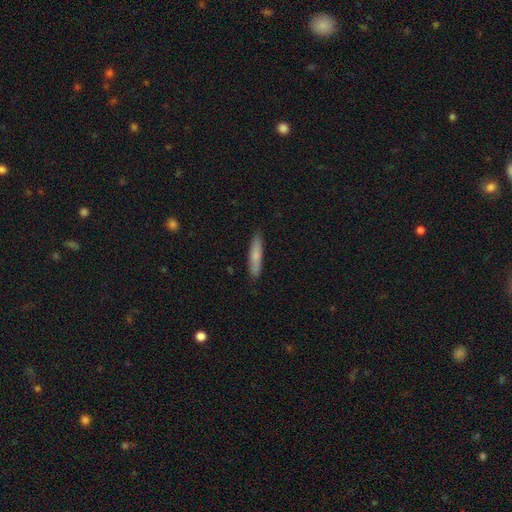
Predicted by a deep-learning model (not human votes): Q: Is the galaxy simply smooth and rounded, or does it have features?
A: smooth — 68%.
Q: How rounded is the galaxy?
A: cigar-shaped — 85%.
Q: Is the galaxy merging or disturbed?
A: none — 86%.